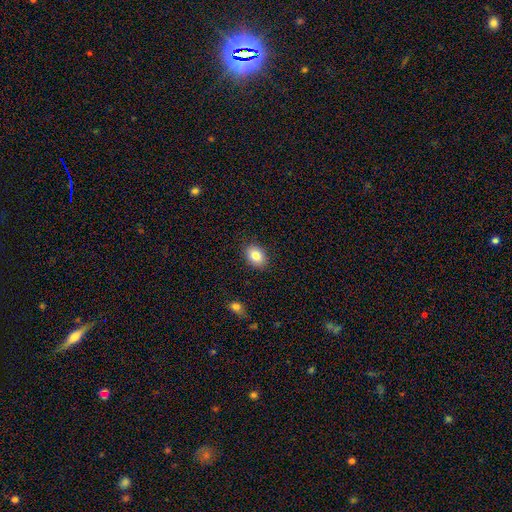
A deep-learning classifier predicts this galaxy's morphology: Smooth or featured?
  - smooth: 83% *
  - featured or disk: 9%
  - star or artifact: 8%
How rounded?
  - in between: 74% *
  - round: 24%
  - cigar-shaped: 1%
Merging?
  - none: 87% *
  - minor disturbance: 9%
  - major disturbance: 2%
  - merger: 1%